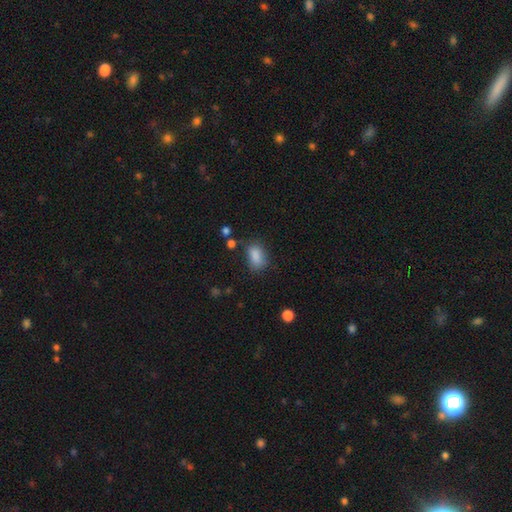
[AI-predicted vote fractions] Morphology: type=smooth (86%); roundness=in between (86%); merging=none (69%).